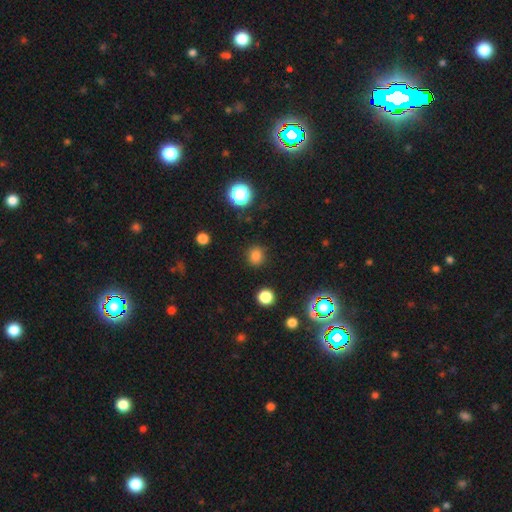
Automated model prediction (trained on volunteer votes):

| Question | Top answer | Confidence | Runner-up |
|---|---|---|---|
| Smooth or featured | smooth | 81% | star or artifact (15%) |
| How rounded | round | 85% | in between (14%) |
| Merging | none | 89% | minor disturbance (7%) |